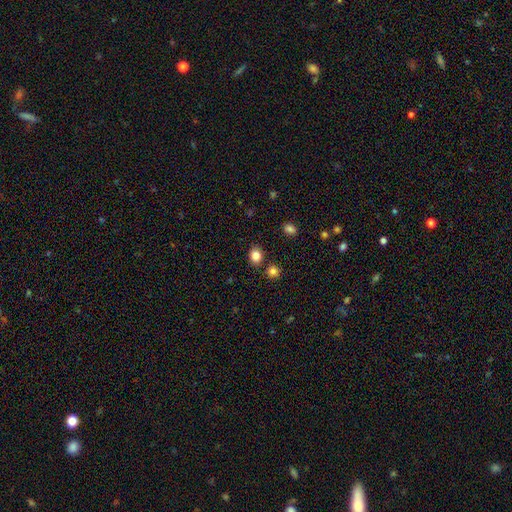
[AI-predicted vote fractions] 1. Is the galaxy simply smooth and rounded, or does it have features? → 84% smooth, 11% star or artifact, 5% featured or disk.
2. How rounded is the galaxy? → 62% round, 37% in between, 1% cigar-shaped.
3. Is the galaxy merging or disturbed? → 84% none, 9% minor disturbance, 5% merger, 2% major disturbance.